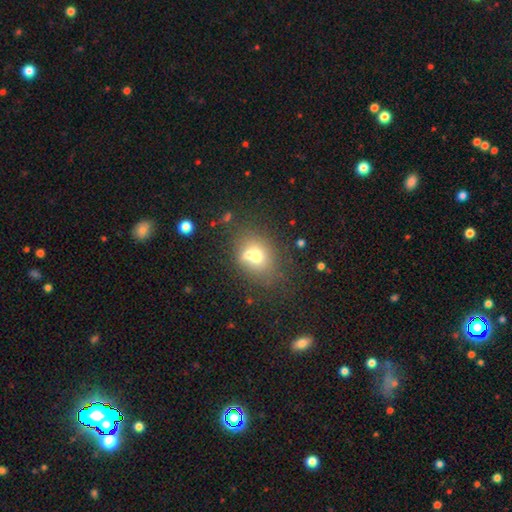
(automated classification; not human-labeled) smooth_or_featured: smooth (p=0.65) [alt: featured or disk p=0.21]
how_rounded: round (p=0.55) [alt: in between p=0.44]
merging: none (p=0.41) [alt: merger p=0.37]